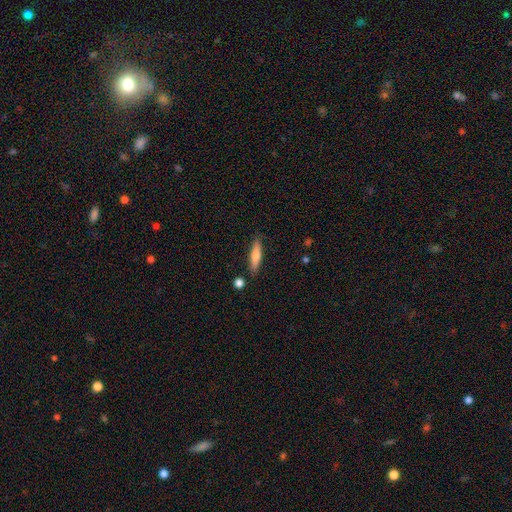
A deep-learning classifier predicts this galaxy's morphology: Smooth or featured?
  - smooth: 71% *
  - featured or disk: 23%
  - star or artifact: 6%
How rounded?
  - cigar-shaped: 78% *
  - in between: 20%
  - round: 2%
Merging?
  - none: 84% *
  - minor disturbance: 10%
  - merger: 3%
  - major disturbance: 2%